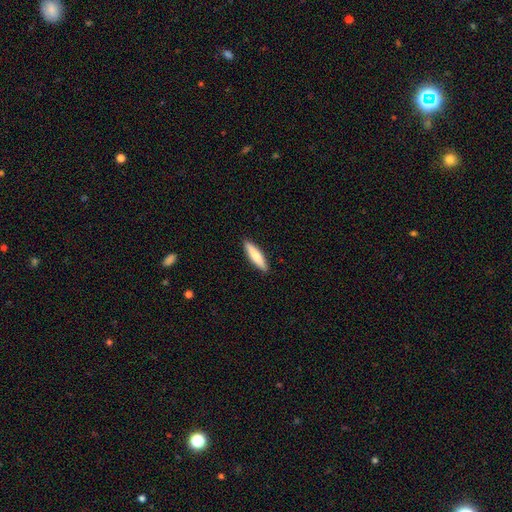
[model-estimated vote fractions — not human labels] smooth-or-featured: smooth: 73% | featured or disk: 22% | star or artifact: 5%
  how-rounded: cigar-shaped: 76% | in between: 23% | round: 1%
  merging: none: 91% | minor disturbance: 7% | major disturbance: 1% | merger: 1%